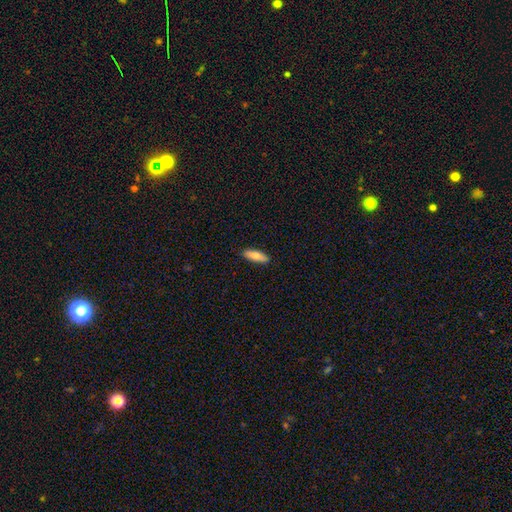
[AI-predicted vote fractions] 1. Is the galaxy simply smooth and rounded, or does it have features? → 77% smooth, 17% featured or disk, 6% star or artifact.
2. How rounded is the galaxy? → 56% in between, 42% cigar-shaped, 2% round.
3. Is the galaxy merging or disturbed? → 90% none, 8% minor disturbance, 2% major disturbance, 1% merger.